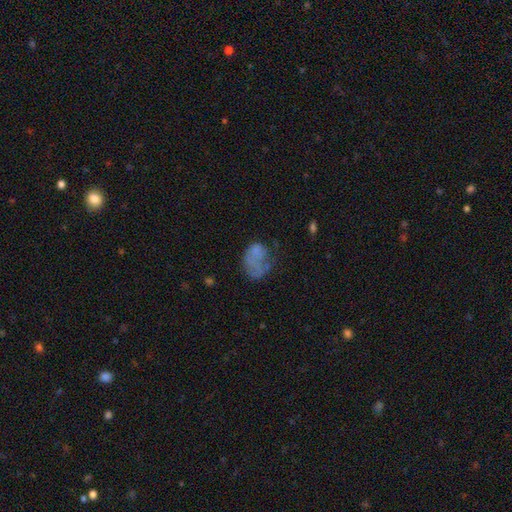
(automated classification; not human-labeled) smooth-or-featured: smooth: 54% | featured or disk: 33% | star or artifact: 13%
  how-rounded: in between: 71% | round: 28% | cigar-shaped: 1%
  merging: major disturbance: 38% | none: 30% | minor disturbance: 25% | merger: 8%